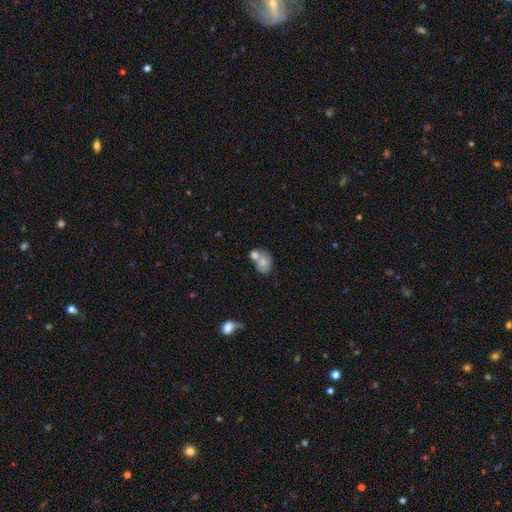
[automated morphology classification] Smooth or featured: smooth — 71% (featured or disk — 20%)
How rounded: in between — 57% (round — 42%)
Merging: merger — 59% (none — 26%)